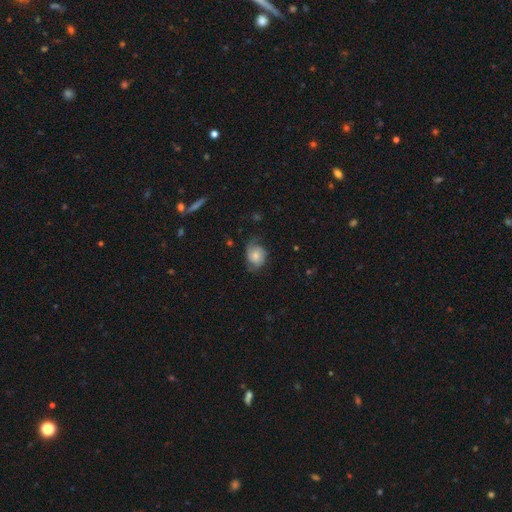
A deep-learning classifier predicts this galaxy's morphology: A smooth galaxy with no disk features (59%) that is round (50%). Merging: none (56%).